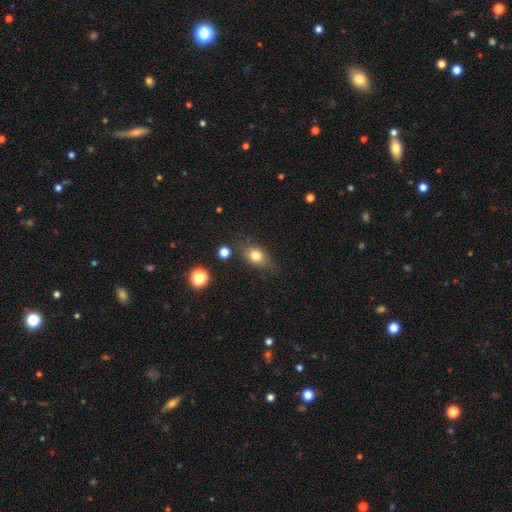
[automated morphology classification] type=smooth (77%); roundness=in between (67%); merging=none (73%).